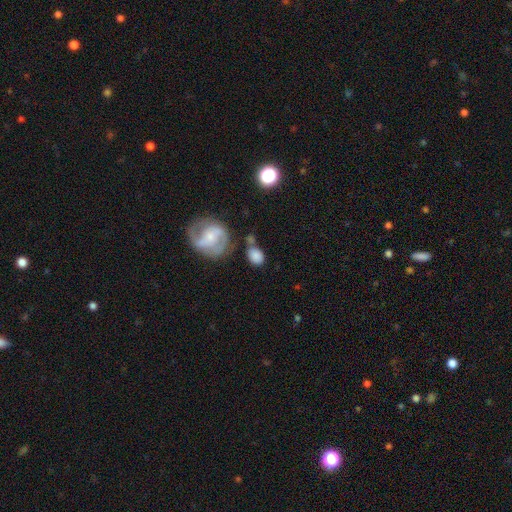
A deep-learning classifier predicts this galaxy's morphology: This appears to be a smooth galaxy with no disk features (74%) that is in between round and cigar-shaped (63%). Merging: none (53%).